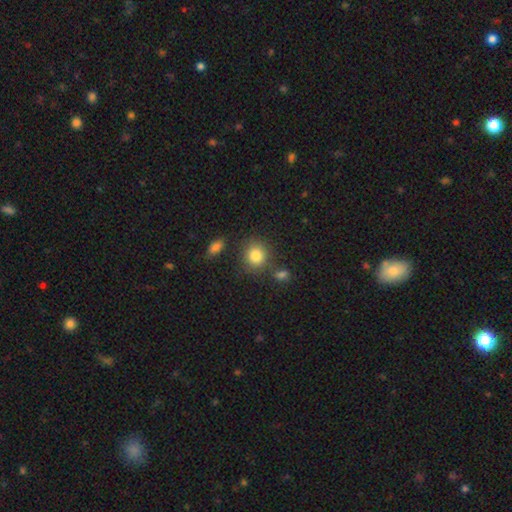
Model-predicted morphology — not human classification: This appears to be a smooth galaxy with no disk features (84%) that is round (81%). Merging: none (76%).